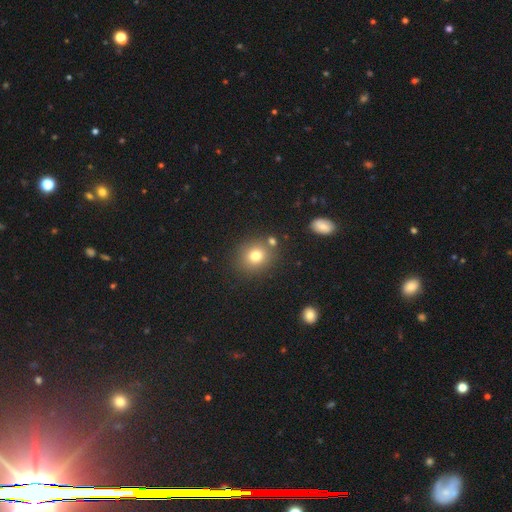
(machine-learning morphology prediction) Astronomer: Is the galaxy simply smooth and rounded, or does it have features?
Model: smooth — 77%.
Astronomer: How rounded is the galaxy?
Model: round — 77%.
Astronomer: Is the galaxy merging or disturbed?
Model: none — 78%.